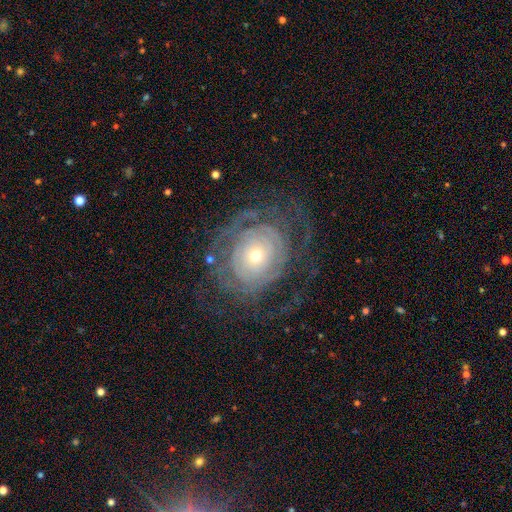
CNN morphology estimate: Q: Smooth or featured?
A: featured or disk (78%); runner-up: smooth (15%)
Q: Edge-on disk?
A: no (96%); runner-up: yes (4%)
Q: Bar?
A: no (82%); runner-up: weak (13%)
Q: Spiral arms?
A: yes (82%); runner-up: no (18%)
Q: Spiral winding?
A: tight (66%); runner-up: medium (22%)
Q: Spiral arm count?
A: can't tell (44%); runner-up: 2 (20%)
Q: Bulge size?
A: small (58%); runner-up: moderate (36%)
Q: Merging?
A: none (57%); runner-up: major disturbance (25%)